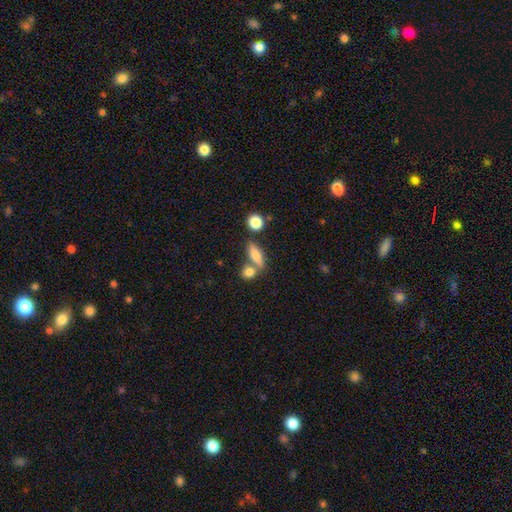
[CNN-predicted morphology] This is likely a smooth galaxy (68%). How rounded: possibly in between (57%). Merging: possibly none (56%).